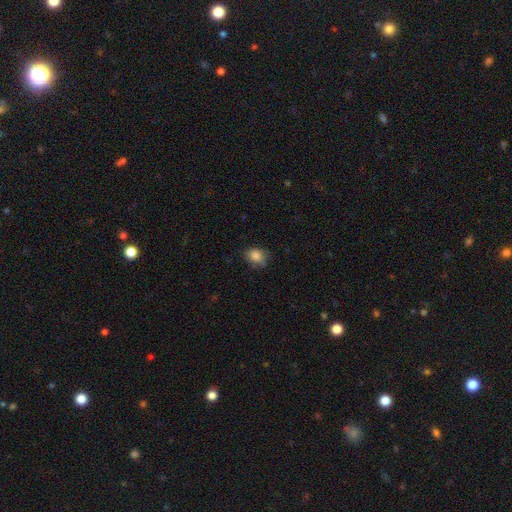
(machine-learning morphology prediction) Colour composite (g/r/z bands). It shows a smooth galaxy with no disk features (84%) that is in between round and cigar-shaped (52%). Merging: none (67%).